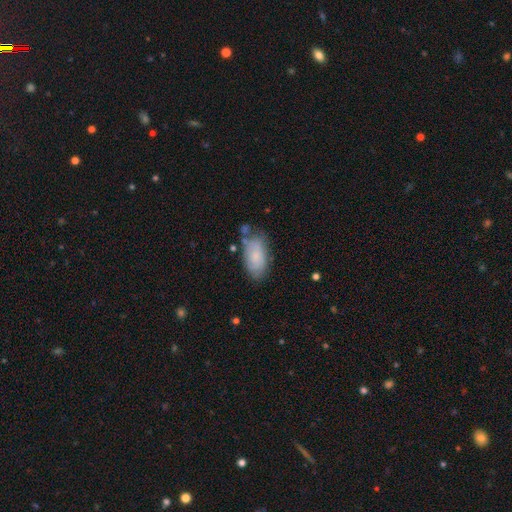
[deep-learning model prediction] Smooth or featured?
  - smooth: 76% *
  - featured or disk: 17%
  - star or artifact: 7%
How rounded?
  - in between: 94% *
  - cigar-shaped: 4%
  - round: 3%
Merging?
  - none: 63% *
  - minor disturbance: 24%
  - major disturbance: 6%
  - merger: 6%